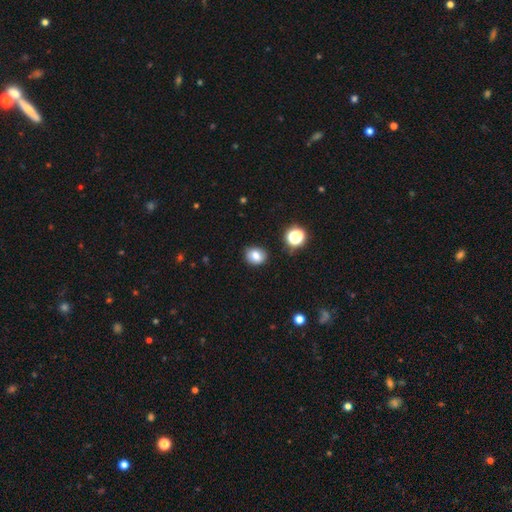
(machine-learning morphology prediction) Q: Smooth or featured?
A: smooth (79%); runner-up: star or artifact (12%)
Q: How rounded?
A: round (62%); runner-up: in between (37%)
Q: Merging?
A: none (85%); runner-up: minor disturbance (11%)